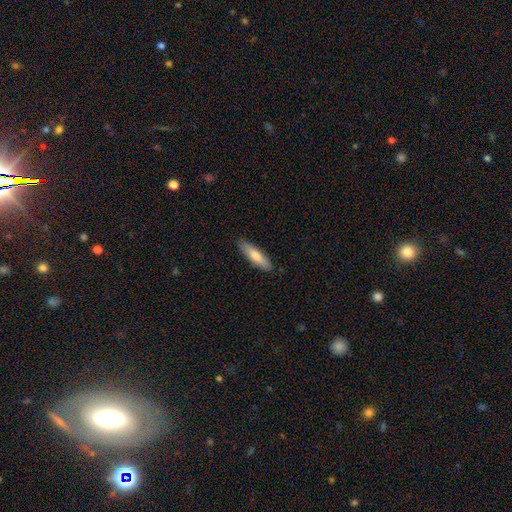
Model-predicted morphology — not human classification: Smooth or featured? Predicted: smooth (p=0.72). How rounded? Predicted: cigar-shaped (p=0.69). Merging? Predicted: none (p=0.87).